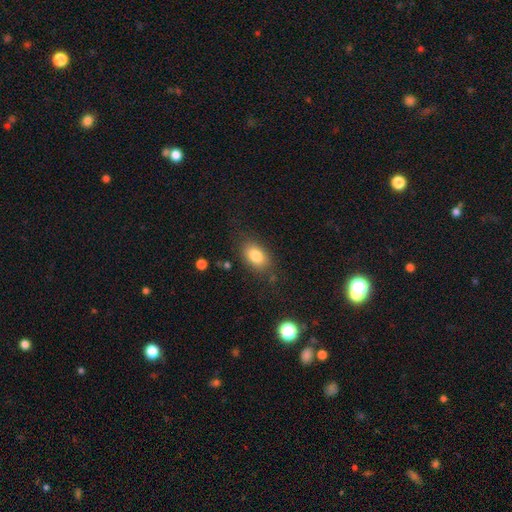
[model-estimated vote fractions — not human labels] Morphology: type=smooth (81%); roundness=in between (85%); merging=none (76%).